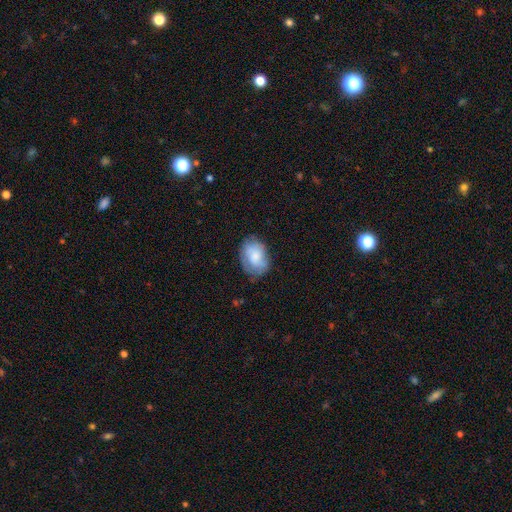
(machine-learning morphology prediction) Smooth or featured? smooth (68%)
How rounded? in between (76%)
Merging? none (65%)